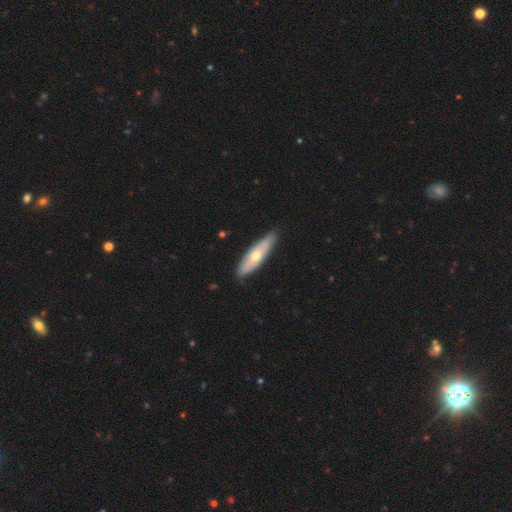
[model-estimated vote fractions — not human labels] A featured or disk galaxy (48%).

Vote fractions:
- Smooth or featured? featured or disk: 48% / smooth: 46% / star or artifact: 6%
- Merging? none: 87% / minor disturbance: 10% / major disturbance: 2% / merger: 1%